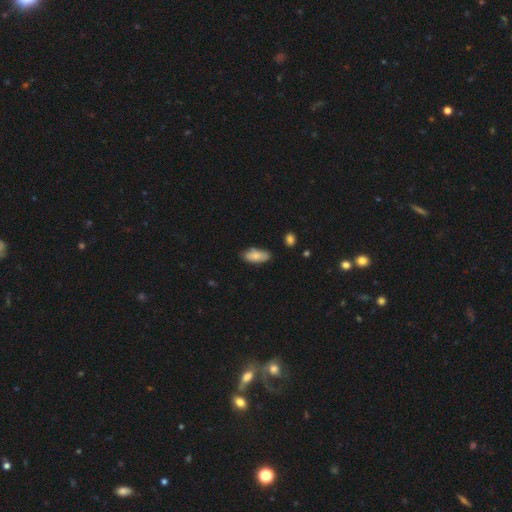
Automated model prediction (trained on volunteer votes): A smooth galaxy with no disk features (78%) that is in between round and cigar-shaped (88%).

Vote fractions:
- Smooth or featured? smooth: 78% / featured or disk: 16% / star or artifact: 7%
- How rounded? in between: 88% / cigar-shaped: 10% / round: 2%
- Merging? none: 71% / minor disturbance: 24% / major disturbance: 3% / merger: 2%